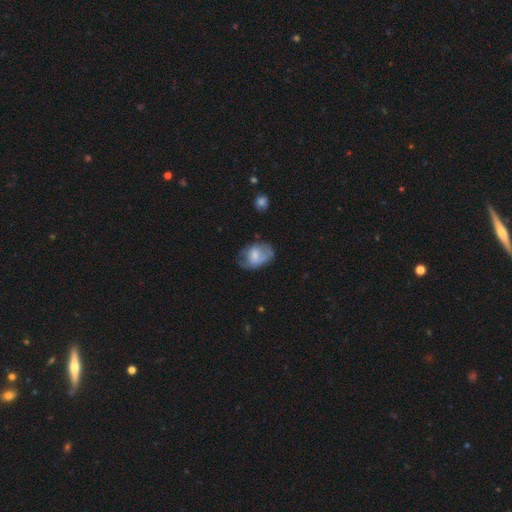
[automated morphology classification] The model was most divided on "merging": none: 46%, minor disturbance: 32%, major disturbance: 20%, merger: 3%. More confident: how rounded — in between (79%); smooth or featured — smooth (54%).